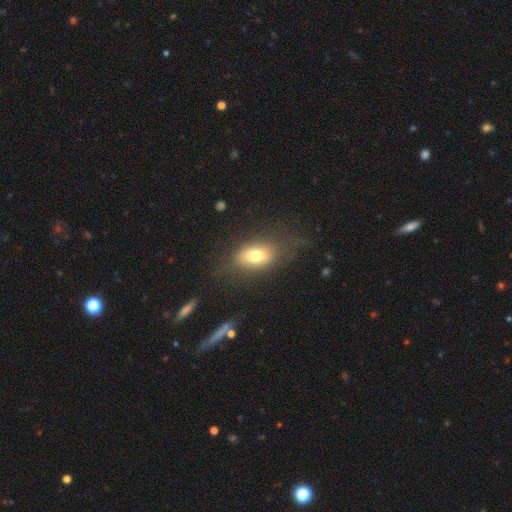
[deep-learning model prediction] Smooth or featured?
  - smooth: 72% *
  - featured or disk: 17%
  - star or artifact: 10%
How rounded?
  - in between: 81% *
  - round: 17%
  - cigar-shaped: 3%
Merging?
  - none: 70% *
  - minor disturbance: 17%
  - major disturbance: 11%
  - merger: 2%